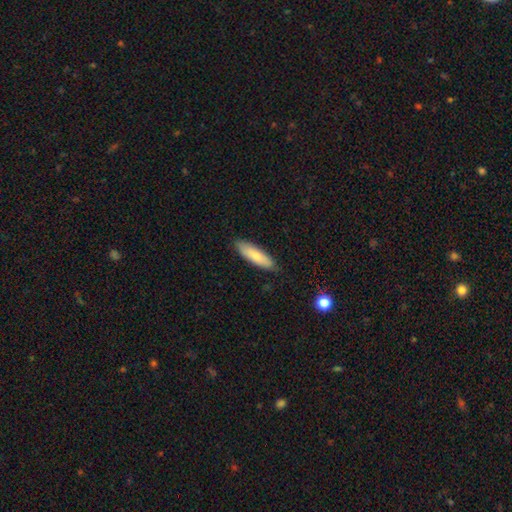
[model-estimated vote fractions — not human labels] Overall: smooth (80%). How rounded: cigar-shaped (56%; in between 42%). Merging: none (85%).